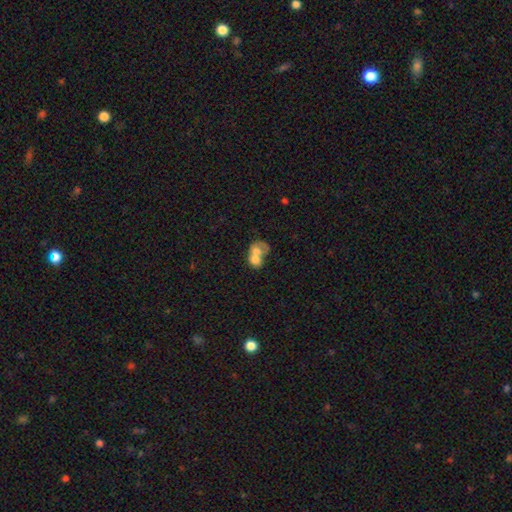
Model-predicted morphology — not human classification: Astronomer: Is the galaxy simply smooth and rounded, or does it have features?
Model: smooth — 61%.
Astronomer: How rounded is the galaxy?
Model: in between — 56% (runner-up: round, 43%).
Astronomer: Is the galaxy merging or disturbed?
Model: merger — 78%.